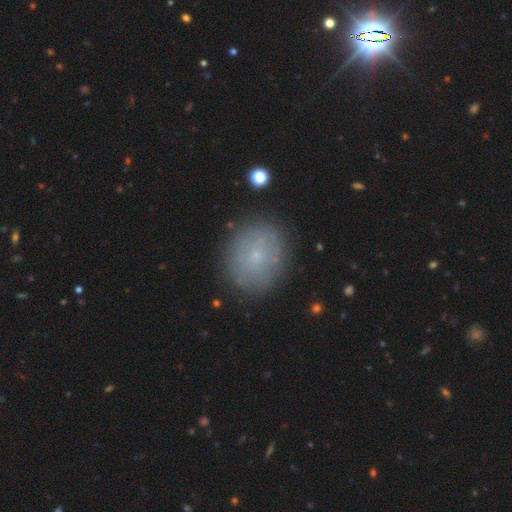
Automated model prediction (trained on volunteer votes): Smooth or featured?
  - smooth: 65% *
  - featured or disk: 23%
  - star or artifact: 11%
How rounded?
  - round: 61% *
  - in between: 38%
  - cigar-shaped: 1%
Merging?
  - none: 86% *
  - minor disturbance: 10%
  - major disturbance: 3%
  - merger: 1%